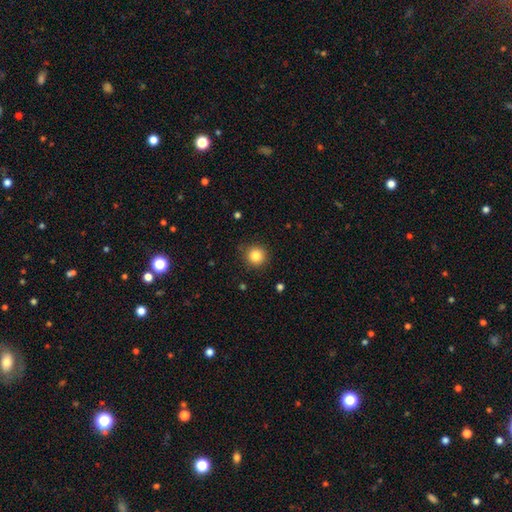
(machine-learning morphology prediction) A smooth galaxy with no disk features (85%) that is round (94%). Merging: none (88%).